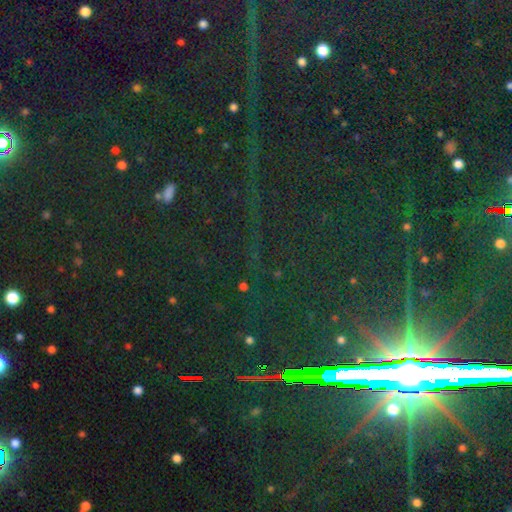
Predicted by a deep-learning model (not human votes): The model was most divided on "smooth or featured": star or artifact: 84%, smooth: 8%, featured or disk: 8%.